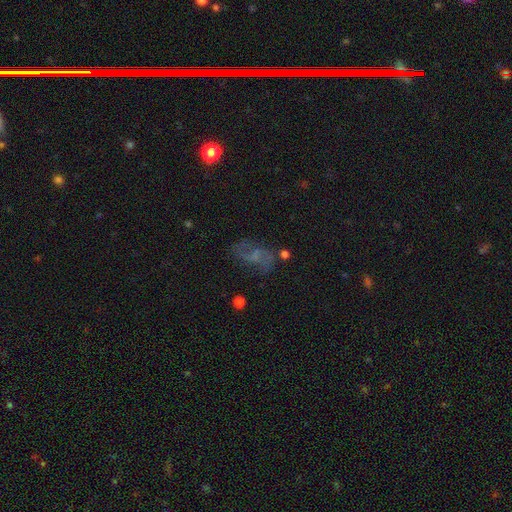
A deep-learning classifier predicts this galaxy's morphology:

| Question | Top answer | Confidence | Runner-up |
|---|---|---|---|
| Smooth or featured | featured or disk | 58% | smooth (24%) |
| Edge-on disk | no | 96% | yes (4%) |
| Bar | no | 49% | weak (40%) |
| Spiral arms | yes | 80% | no (20%) |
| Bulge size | none | 47% | small (32%) |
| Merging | none | 60% | minor disturbance (19%) |